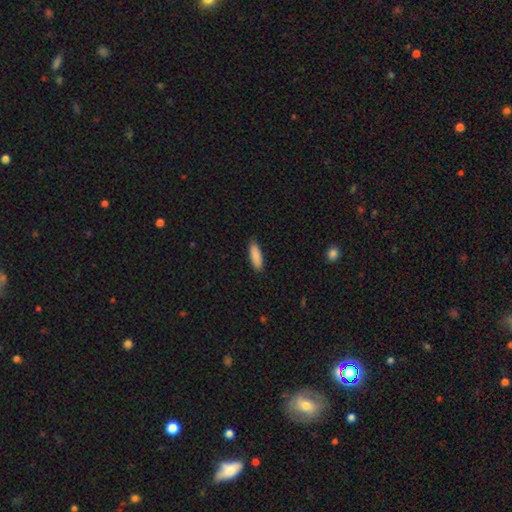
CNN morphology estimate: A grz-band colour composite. It shows a smooth galaxy with no disk features (89%) that is in between round and cigar-shaped (53%). Merging: none (89%).